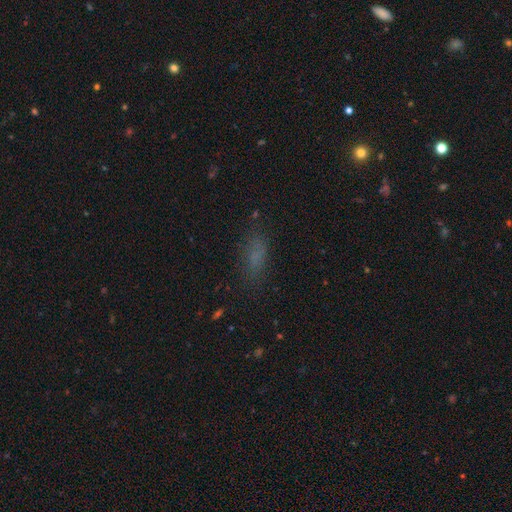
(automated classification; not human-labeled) Smooth or featured?
  - smooth: 68% *
  - star or artifact: 19%
  - featured or disk: 13%
How rounded?
  - in between: 69% *
  - cigar-shaped: 26%
  - round: 5%
Merging?
  - none: 71% *
  - minor disturbance: 18%
  - major disturbance: 9%
  - merger: 2%